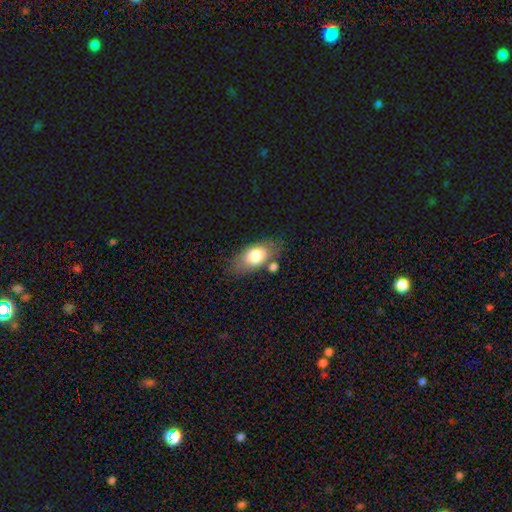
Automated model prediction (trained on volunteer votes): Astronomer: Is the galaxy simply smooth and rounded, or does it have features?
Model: smooth — 75%.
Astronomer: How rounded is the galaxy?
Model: in between — 87%.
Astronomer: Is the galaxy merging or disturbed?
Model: none — 63%.